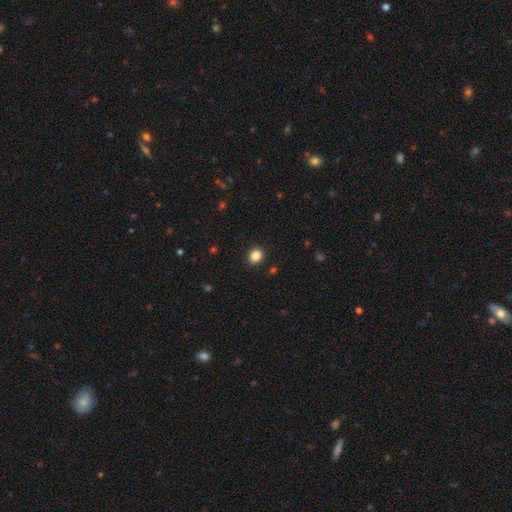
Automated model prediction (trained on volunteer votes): smooth 86%, star or artifact 10%, featured or disk 4%. Down the decision tree: how rounded — round (64%); merging — none (91%).